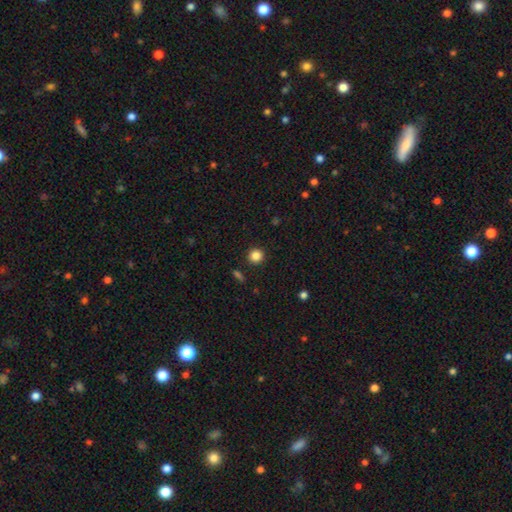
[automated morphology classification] Smooth or featured?
  - smooth: 85% *
  - star or artifact: 11%
  - featured or disk: 4%
How rounded?
  - round: 93% *
  - in between: 6%
  - cigar-shaped: 1%
Merging?
  - none: 91% *
  - minor disturbance: 5%
  - major disturbance: 2%
  - merger: 2%